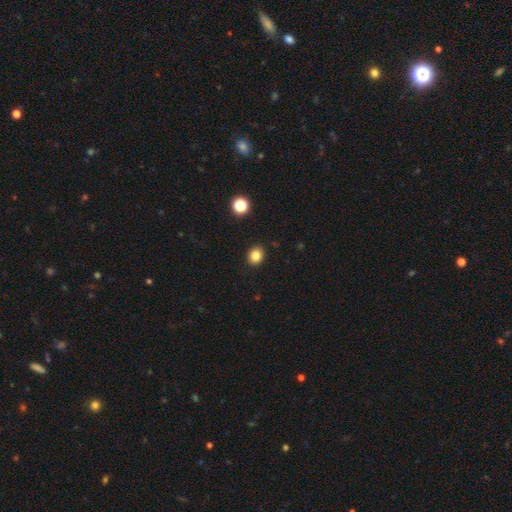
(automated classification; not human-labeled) This is clearly a smooth galaxy (83%). How rounded: likely round (68%). Merging: clearly none (90%).